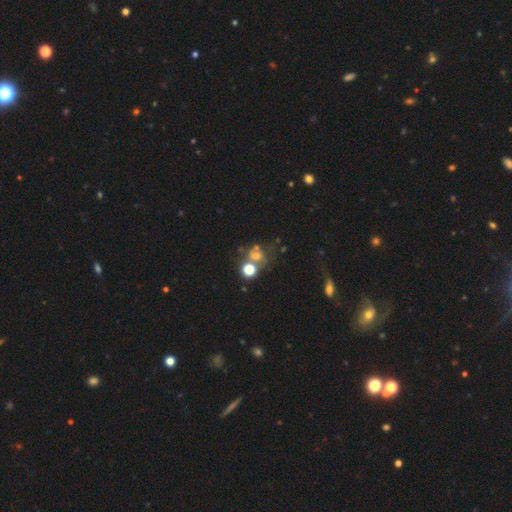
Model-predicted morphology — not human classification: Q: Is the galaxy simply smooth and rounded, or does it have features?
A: smooth — 50%.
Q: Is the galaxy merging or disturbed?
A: none — 41%.